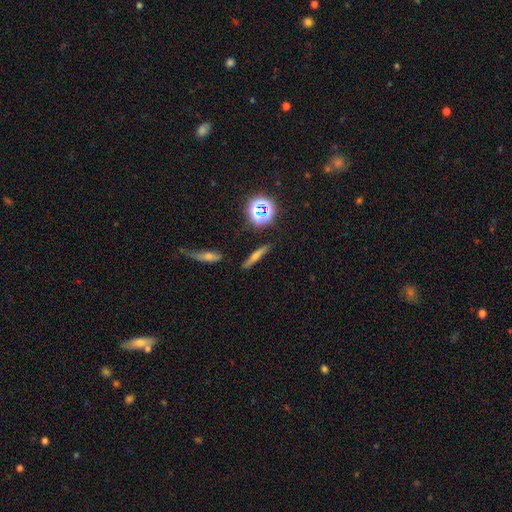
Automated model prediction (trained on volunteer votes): Morphology: type=smooth (49%); merging=none (83%).